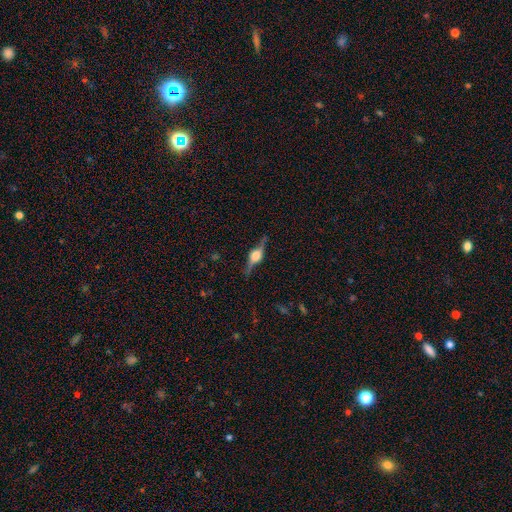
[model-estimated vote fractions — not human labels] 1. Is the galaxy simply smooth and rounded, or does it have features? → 83% featured or disk, 10% smooth, 7% star or artifact.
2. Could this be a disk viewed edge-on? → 97% yes, 3% no.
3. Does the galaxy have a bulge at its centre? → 91% rounded, 8% boxy, 1% none.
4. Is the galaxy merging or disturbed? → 85% none, 11% minor disturbance, 3% major disturbance, 1% merger.